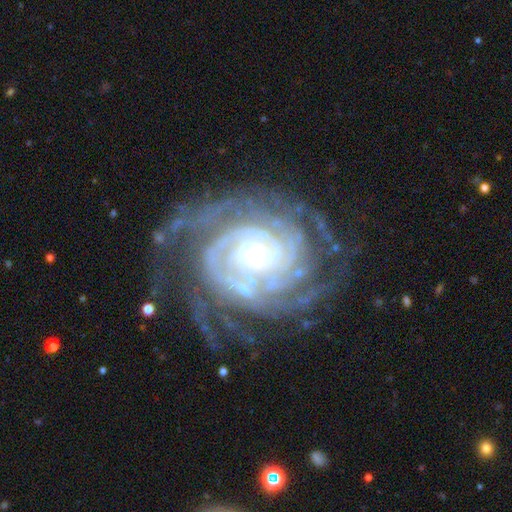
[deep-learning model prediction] featured or disk 92%, star or artifact 5%, smooth 3%. Down the decision tree: edge-on disk — no (98%); bar — no (51%); spiral arms — yes (98%); spiral arm count — can't tell (21%); spiral winding — tight (80%); bulge size — moderate (46%); merging — none (65%).